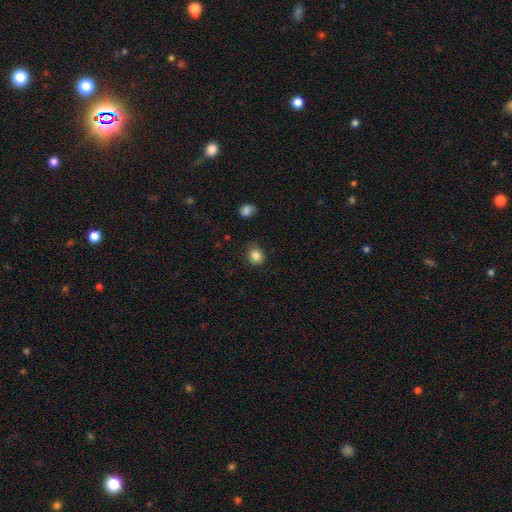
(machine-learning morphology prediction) Smooth or featured: smooth — 85% (star or artifact — 10%)
How rounded: round — 76% (in between — 23%)
Merging: none — 78% (minor disturbance — 17%)